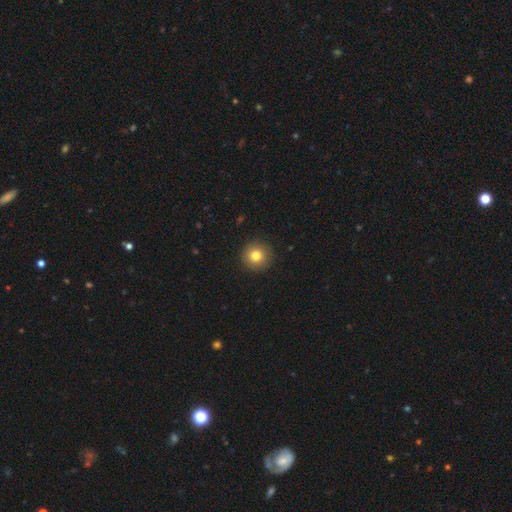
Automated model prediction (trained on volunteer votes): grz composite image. It shows a smooth galaxy with no disk features (80%) that is round (95%). Merging: none (91%).